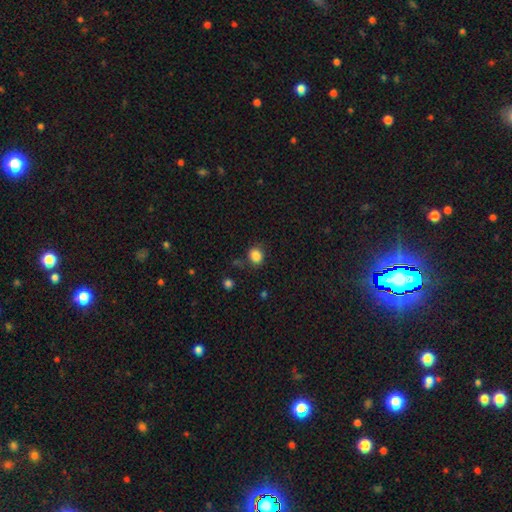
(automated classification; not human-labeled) Smooth or featured? smooth (85%)
How rounded? round (69%)
Merging? none (78%)